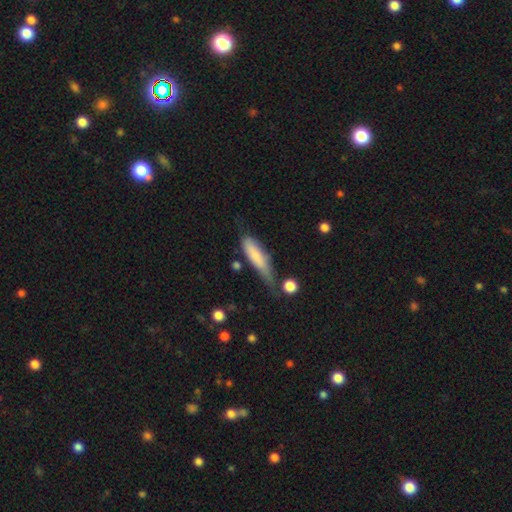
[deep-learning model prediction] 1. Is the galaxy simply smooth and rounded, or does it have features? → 76% smooth, 18% featured or disk, 6% star or artifact.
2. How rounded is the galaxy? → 66% cigar-shaped, 32% in between, 2% round.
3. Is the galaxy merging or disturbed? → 40% none, 37% minor disturbance, 16% major disturbance, 6% merger.